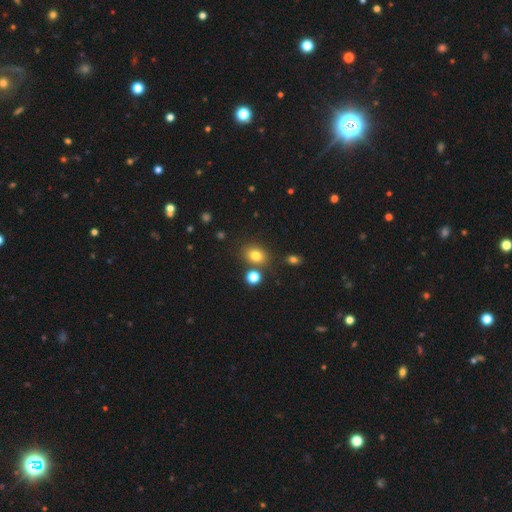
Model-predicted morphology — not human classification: Smooth or featured? Predicted: smooth (p=0.79). How rounded? Predicted: in between (p=0.50). Merging? Predicted: none (p=0.75).